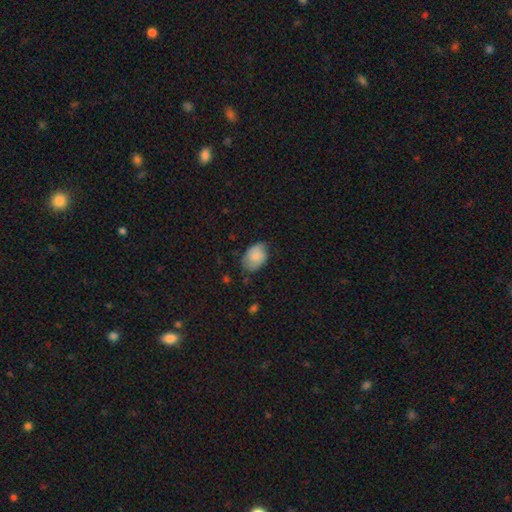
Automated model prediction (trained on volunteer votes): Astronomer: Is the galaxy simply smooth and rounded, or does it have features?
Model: smooth — 76%.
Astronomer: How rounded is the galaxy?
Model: in between — 81%.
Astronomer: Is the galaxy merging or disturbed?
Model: none — 60%.